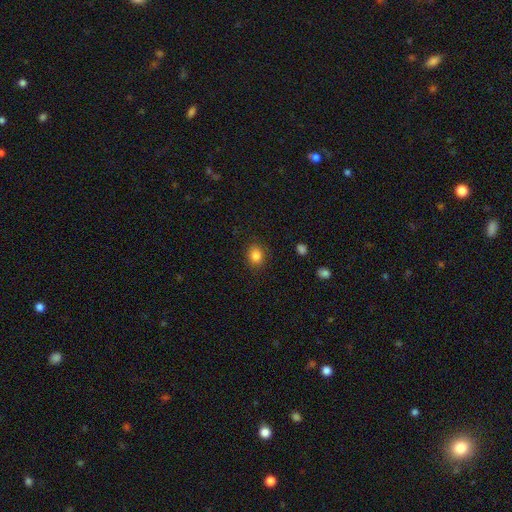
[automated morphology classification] The model was most divided on "how rounded": round: 72%, in between: 27%, cigar-shaped: 1%. More confident: merging — none (87%); smooth or featured — smooth (85%).